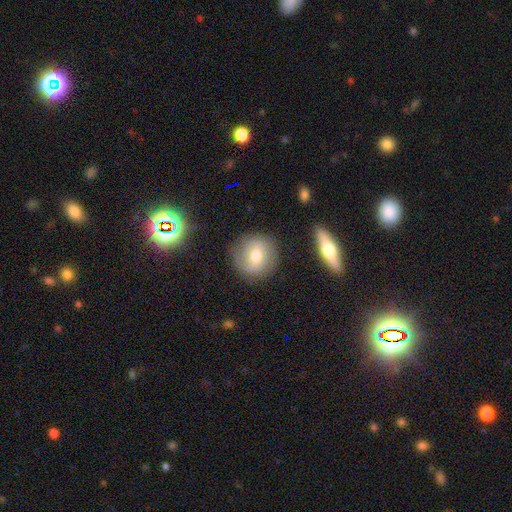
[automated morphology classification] Q: Smooth or featured?
A: smooth (59%); runner-up: featured or disk (31%)
Q: How rounded?
A: round (89%); runner-up: in between (10%)
Q: Merging?
A: none (81%); runner-up: minor disturbance (13%)